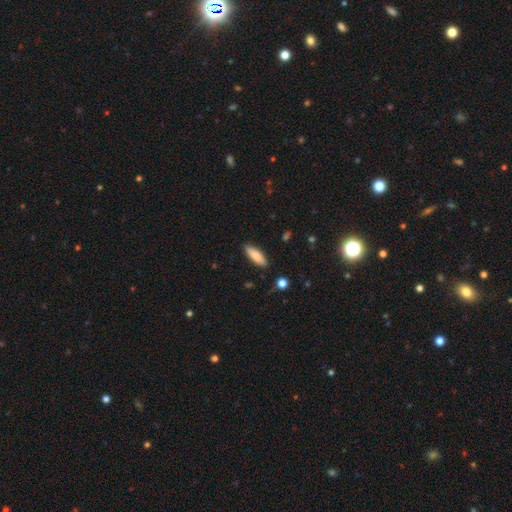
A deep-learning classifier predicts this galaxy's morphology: The model was most divided on "how rounded": in between: 58%, cigar-shaped: 41%, round: 2%. More confident: merging — none (87%); smooth or featured — smooth (82%).